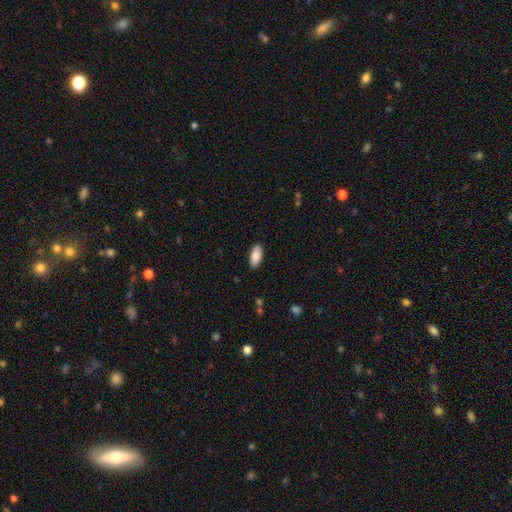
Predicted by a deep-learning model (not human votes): The model was most divided on "how rounded": in between: 88%, cigar-shaped: 10%, round: 2%. More confident: merging — none (88%); smooth or featured — smooth (88%).